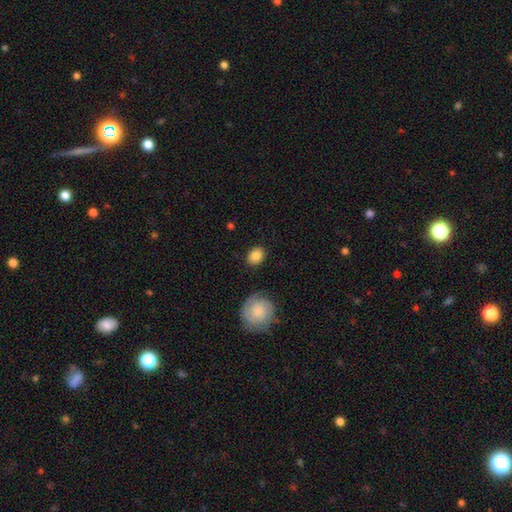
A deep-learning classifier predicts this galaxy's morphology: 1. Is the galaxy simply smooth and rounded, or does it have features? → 84% smooth, 9% featured or disk, 7% star or artifact.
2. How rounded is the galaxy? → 54% in between, 45% round, 1% cigar-shaped.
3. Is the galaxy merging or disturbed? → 84% none, 11% minor disturbance, 3% major disturbance, 3% merger.